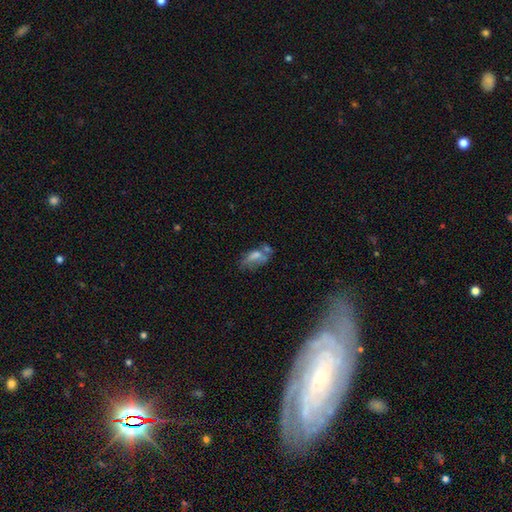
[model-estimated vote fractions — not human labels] smooth_or_featured: smooth (p=0.59) [alt: featured or disk p=0.30]
how_rounded: in between (p=0.84) [alt: cigar-shaped p=0.10]
merging: merger (p=0.32) [alt: none p=0.30]